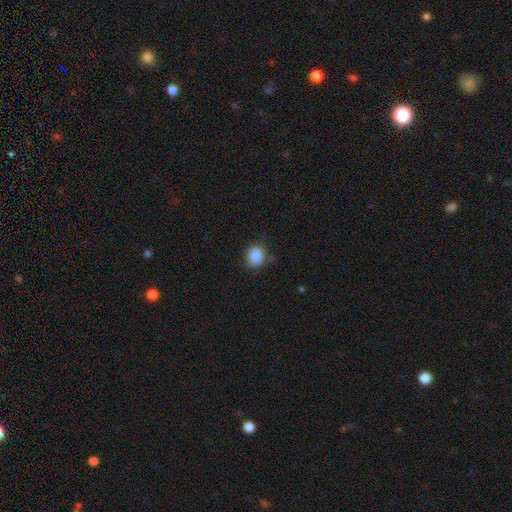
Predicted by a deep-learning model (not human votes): Smooth or featured? smooth (87%)
How rounded? round (64%)
Merging? none (77%)